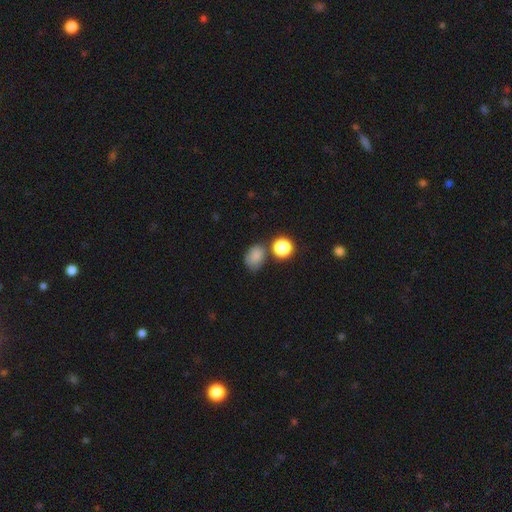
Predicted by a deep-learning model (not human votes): Smooth or featured? smooth (79%)
How rounded? in between (60%)
Merging? none (56%)